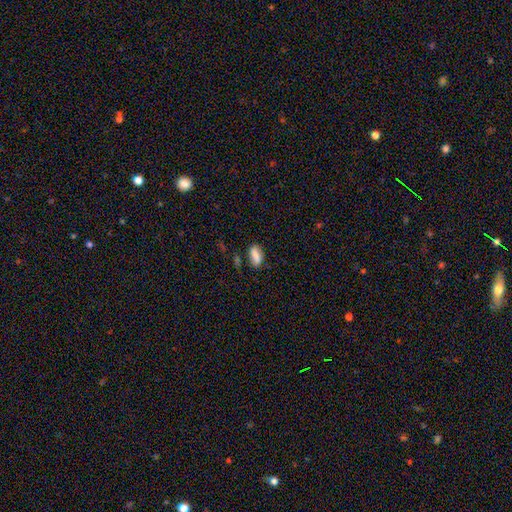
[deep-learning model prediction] smooth-or-featured: smooth: 84% | star or artifact: 8% | featured or disk: 8%
  how-rounded: in between: 82% | cigar-shaped: 14% | round: 4%
  merging: none: 75% | minor disturbance: 17% | major disturbance: 4% | merger: 4%